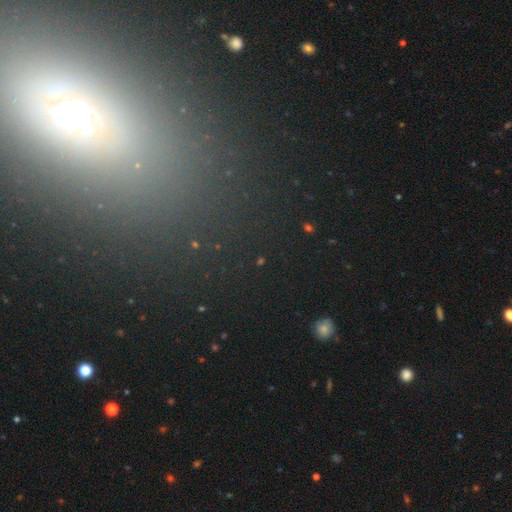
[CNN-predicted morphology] A star or artifact, not a galaxy (48%).

Vote fractions:
- Smooth or featured? star or artifact: 48% / smooth: 30% / featured or disk: 22%